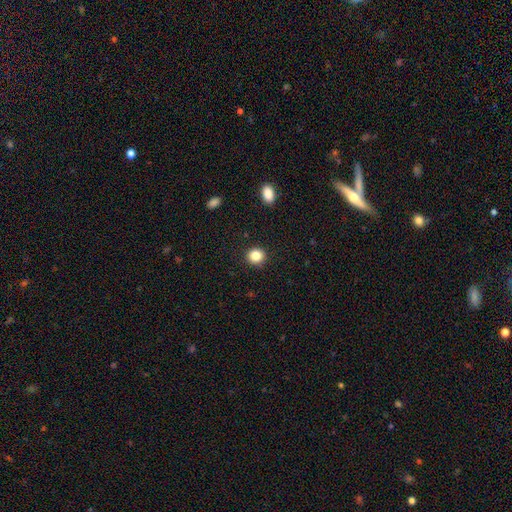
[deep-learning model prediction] Smooth or featured? smooth (85%)
How rounded? round (89%)
Merging? none (92%)